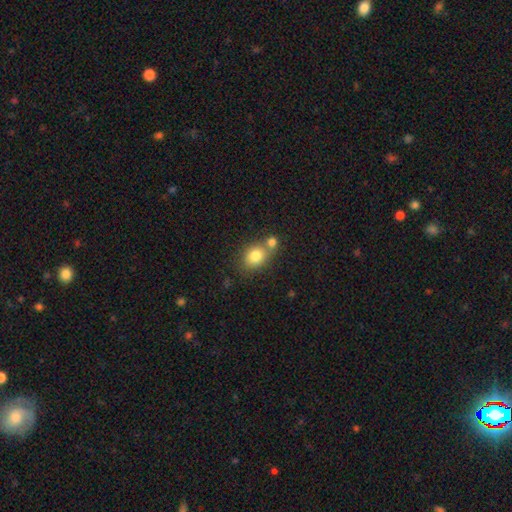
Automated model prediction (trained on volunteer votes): Morphology: type=smooth (80%); roundness=round (53%); merging=none (49%).